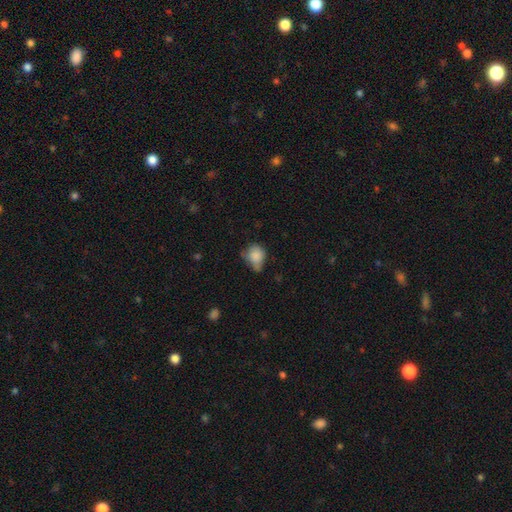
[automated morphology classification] Smooth or featured: smooth — 81% (featured or disk — 9%)
How rounded: round — 56% (in between — 42%)
Merging: minor disturbance — 42% (none — 36%)